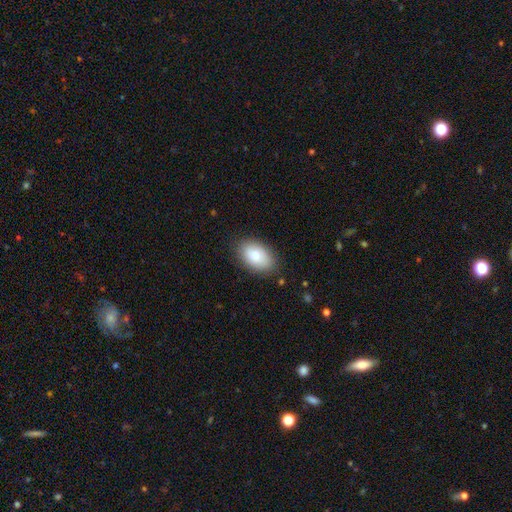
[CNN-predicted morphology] Smooth or featured?
  - smooth: 81% *
  - featured or disk: 12%
  - star or artifact: 7%
How rounded?
  - in between: 92% *
  - round: 7%
  - cigar-shaped: 1%
Merging?
  - none: 84% *
  - minor disturbance: 12%
  - major disturbance: 3%
  - merger: 1%